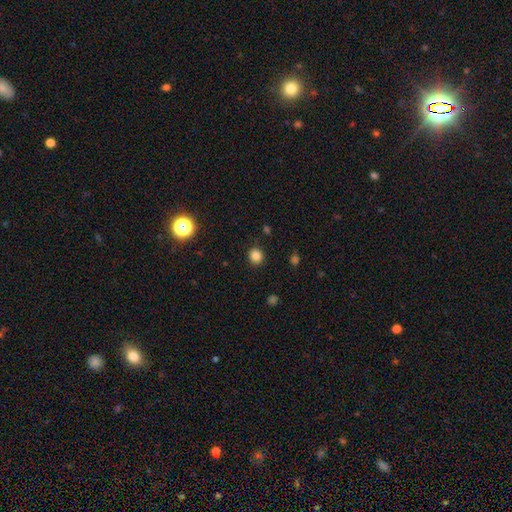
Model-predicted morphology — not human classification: Smooth or featured: smooth — 84% (star or artifact — 12%)
How rounded: round — 86% (in between — 13%)
Merging: none — 90% (minor disturbance — 7%)